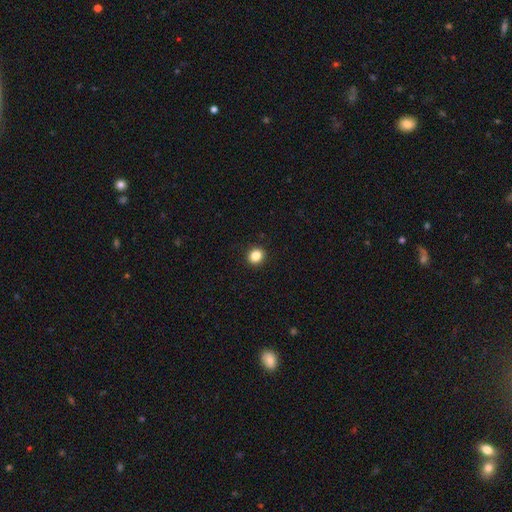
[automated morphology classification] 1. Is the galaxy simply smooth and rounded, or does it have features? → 85% smooth, 11% star or artifact, 4% featured or disk.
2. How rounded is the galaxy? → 85% round, 14% in between, 1% cigar-shaped.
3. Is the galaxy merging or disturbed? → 93% none, 5% minor disturbance, 2% major disturbance, 1% merger.